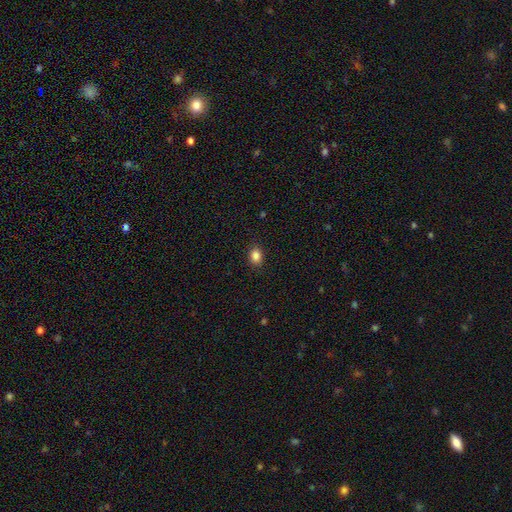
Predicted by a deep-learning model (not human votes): This appears to be a smooth galaxy with no disk features (86%) that is in between round and cigar-shaped (62%). Merging: none (88%).